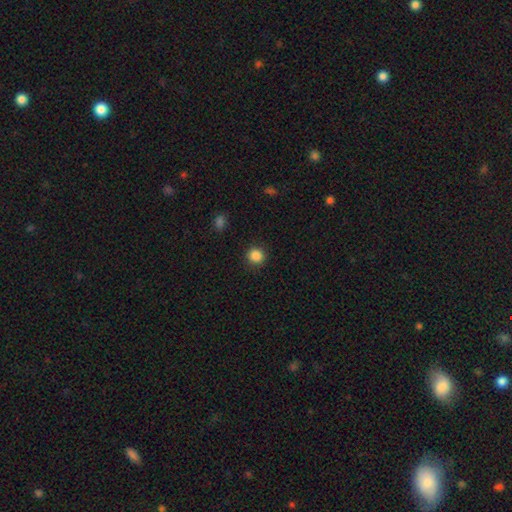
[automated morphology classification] smooth_or_featured: smooth (p=0.86) [alt: star or artifact p=0.11]
how_rounded: round (p=0.93) [alt: in between p=0.06]
merging: none (p=0.91) [alt: minor disturbance p=0.06]